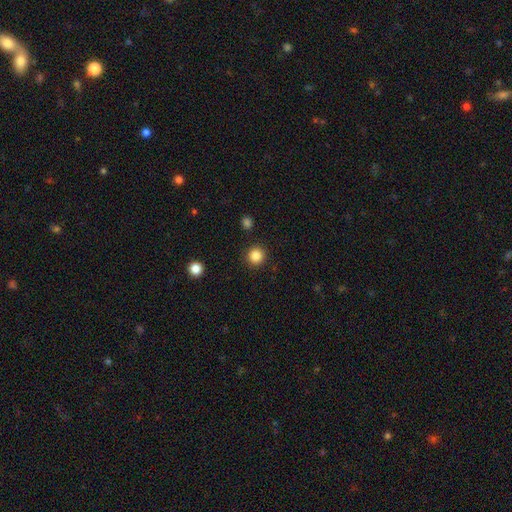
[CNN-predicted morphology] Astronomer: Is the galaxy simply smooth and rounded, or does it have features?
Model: smooth — 85%.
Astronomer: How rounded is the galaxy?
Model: round — 95%.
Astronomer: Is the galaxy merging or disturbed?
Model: none — 91%.